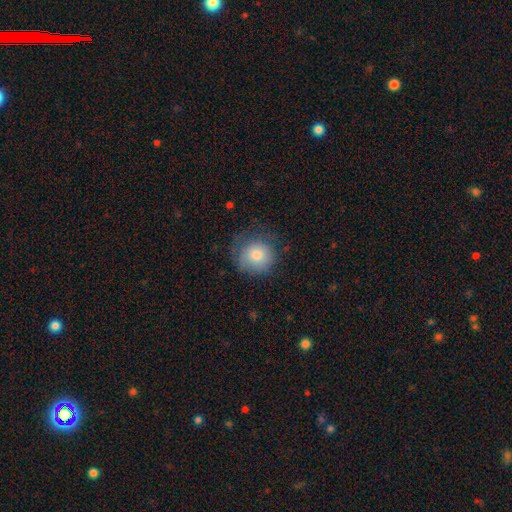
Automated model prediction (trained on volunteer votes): This appears to be a smooth galaxy with no disk features (78%) that is round (91%). Merging: none (68%).